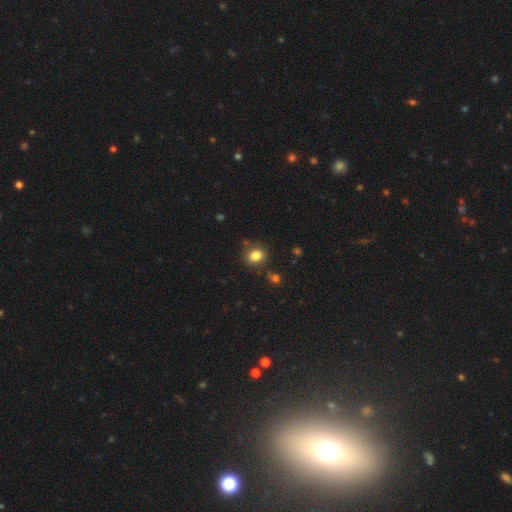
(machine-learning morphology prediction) smooth_or_featured: smooth (p=0.82) [alt: star or artifact p=0.11]
how_rounded: round (p=0.61) [alt: in between p=0.38]
merging: none (p=0.81) [alt: minor disturbance p=0.11]